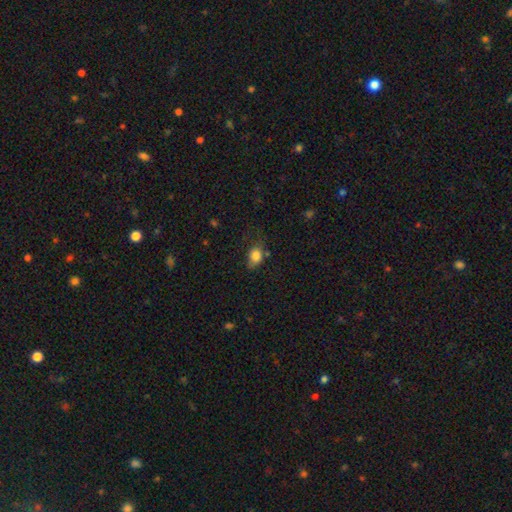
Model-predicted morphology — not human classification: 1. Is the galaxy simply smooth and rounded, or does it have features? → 82% smooth, 10% star or artifact, 9% featured or disk.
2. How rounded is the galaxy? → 57% in between, 41% round, 2% cigar-shaped.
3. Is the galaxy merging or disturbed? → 52% none, 32% minor disturbance, 12% major disturbance, 3% merger.